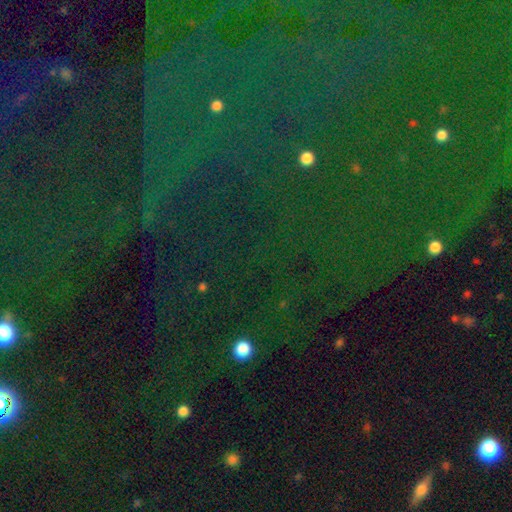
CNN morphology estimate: smooth-or-featured: star or artifact: 80% | smooth: 12% | featured or disk: 9%